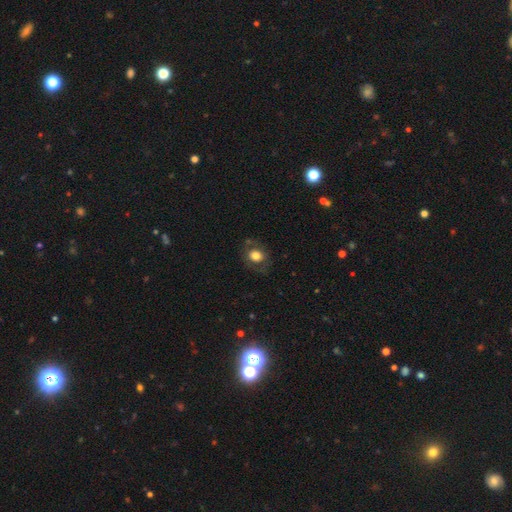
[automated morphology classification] Smooth or featured? Predicted: smooth (p=0.71). How rounded? Predicted: round (p=0.59). Merging? Predicted: none (p=0.74).